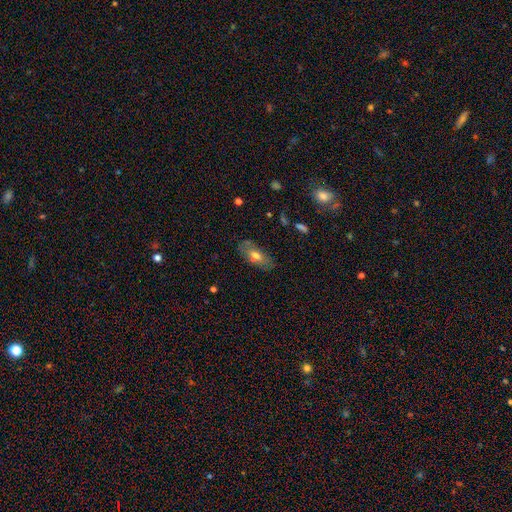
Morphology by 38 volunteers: This appears to be a smooth galaxy with no disk features (50%) that is in between round and cigar-shaped (79%). Merging: none (72%).